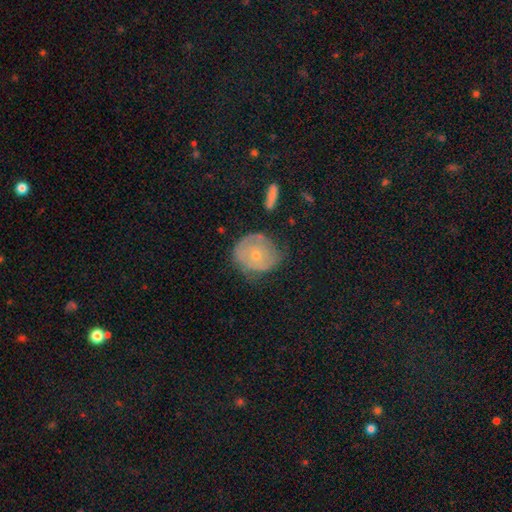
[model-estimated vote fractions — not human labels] This is possibly a featured or disk galaxy (51%). It is clearly not viewed edge-on (96%). Merging: possibly none (53%).